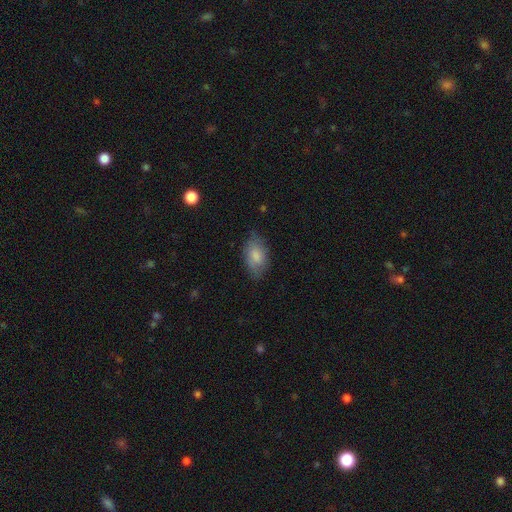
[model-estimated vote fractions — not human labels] Smooth or featured?
  - smooth: 80% *
  - featured or disk: 14%
  - star or artifact: 6%
How rounded?
  - in between: 92% *
  - round: 5%
  - cigar-shaped: 3%
Merging?
  - none: 70% *
  - minor disturbance: 24%
  - major disturbance: 6%
  - merger: 1%